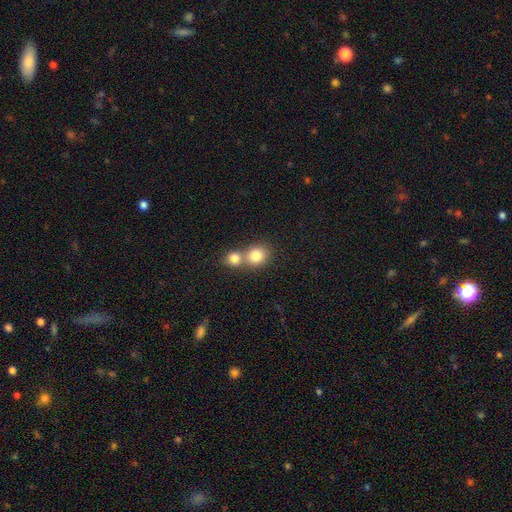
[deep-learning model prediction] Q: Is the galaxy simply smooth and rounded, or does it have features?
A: smooth — 81%.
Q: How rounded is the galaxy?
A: round — 80%.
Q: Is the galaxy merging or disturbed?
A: merger — 55%.